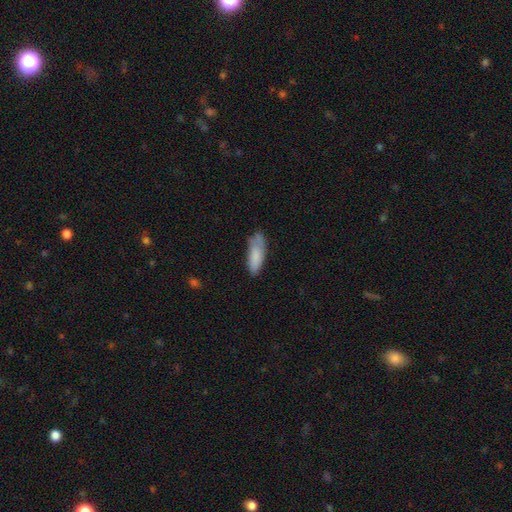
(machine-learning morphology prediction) Smooth or featured? Predicted: smooth (p=0.82). How rounded? Predicted: in between (p=0.60). Merging? Predicted: none (p=0.61).